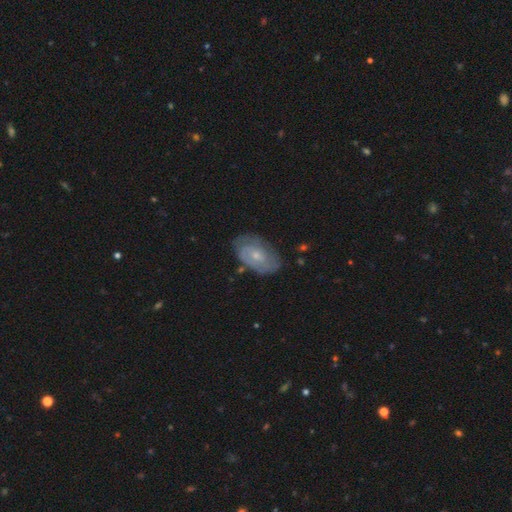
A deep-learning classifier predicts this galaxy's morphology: smooth-or-featured: featured or disk: 68% | smooth: 26% | star or artifact: 6%
  disk-edge-on: no: 95% | yes: 5%
    bar: no: 72% | weak: 25% | strong: 3%
    has-spiral-arms: yes: 81% | no: 19%
      spiral-winding: tight: 61% | medium: 29% | loose: 10%
      spiral-arm-count: can't tell: 42% | 2: 39% | 3: 8% | 1: 6% | 4: 3% | more than 4: 3%
    bulge-size: small: 63% | moderate: 32% | none: 2% | large: 1% | dominant: 1%
  merging: none: 69% | minor disturbance: 22% | major disturbance: 6% | merger: 2%